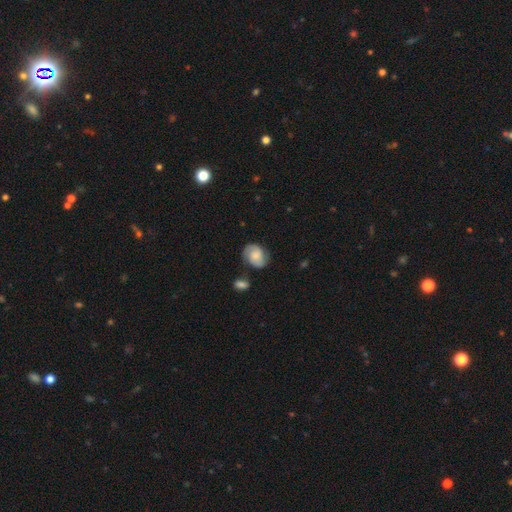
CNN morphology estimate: A featured or disk galaxy (51%) with no bar (64%), spiral arms (89%) and a moderate central bulge (32%). Merging: none (71%).